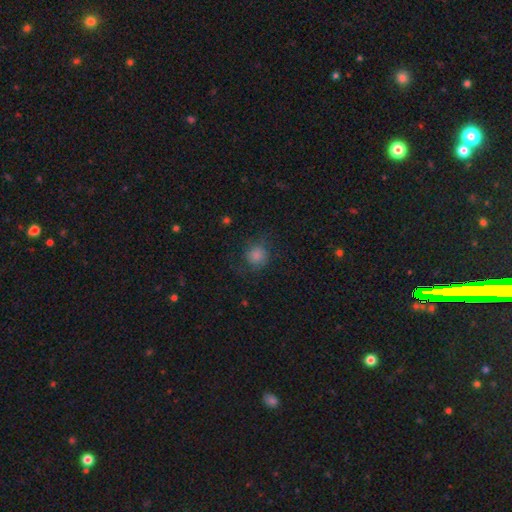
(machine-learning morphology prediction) Smooth or featured?
  - smooth: 74% *
  - star or artifact: 15%
  - featured or disk: 12%
How rounded?
  - round: 87% *
  - in between: 11%
  - cigar-shaped: 1%
Merging?
  - none: 71% *
  - minor disturbance: 17%
  - major disturbance: 10%
  - merger: 1%